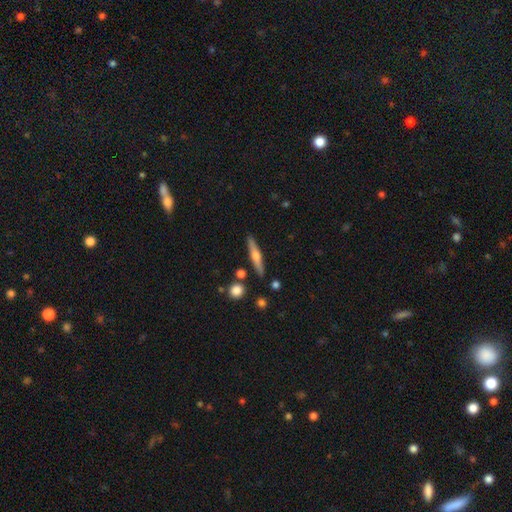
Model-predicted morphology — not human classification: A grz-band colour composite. It shows a featured or disk galaxy (56%) viewed edge-on (96%) with a rounded central bulge (88%). Merging: none (87%).